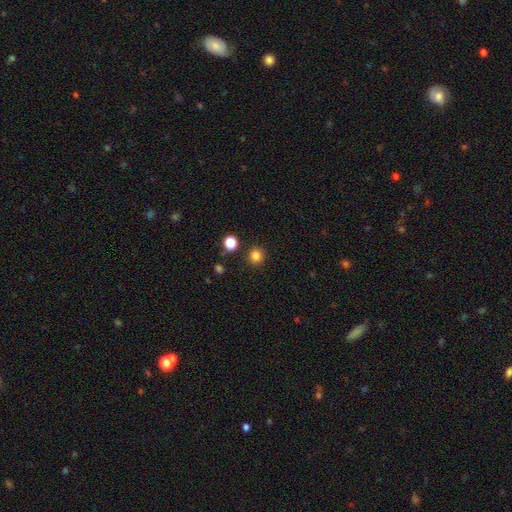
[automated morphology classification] smooth-or-featured: smooth: 83% | star or artifact: 13% | featured or disk: 4%
  how-rounded: round: 91% | in between: 8% | cigar-shaped: 1%
  merging: none: 89% | minor disturbance: 6% | merger: 3% | major disturbance: 2%